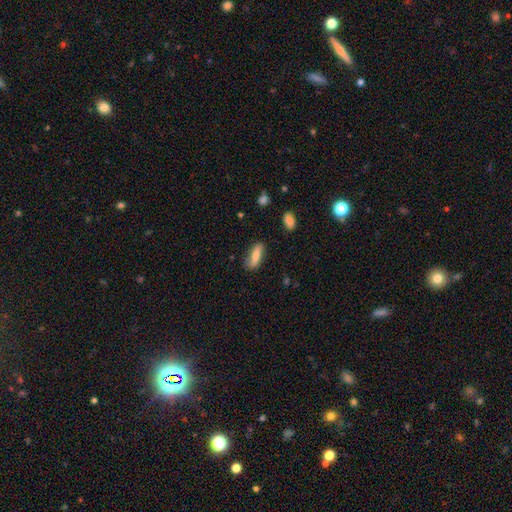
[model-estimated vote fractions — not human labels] Smooth or featured?
  - smooth: 73% *
  - featured or disk: 20%
  - star or artifact: 7%
How rounded?
  - in between: 53% *
  - cigar-shaped: 44%
  - round: 3%
Merging?
  - none: 76% *
  - minor disturbance: 18%
  - major disturbance: 4%
  - merger: 2%